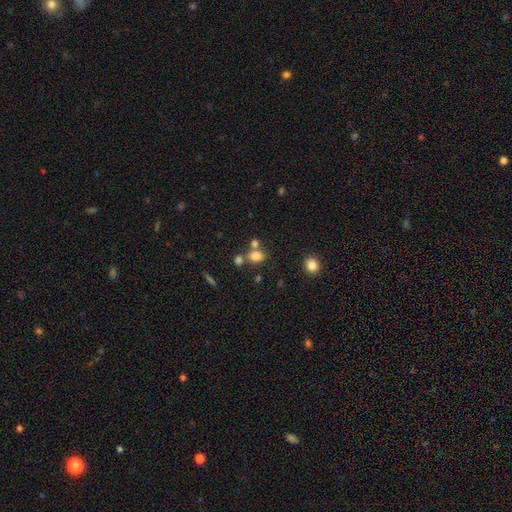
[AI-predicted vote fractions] Morphology: type=smooth (78%); roundness=round (51%); merging=none (56%).